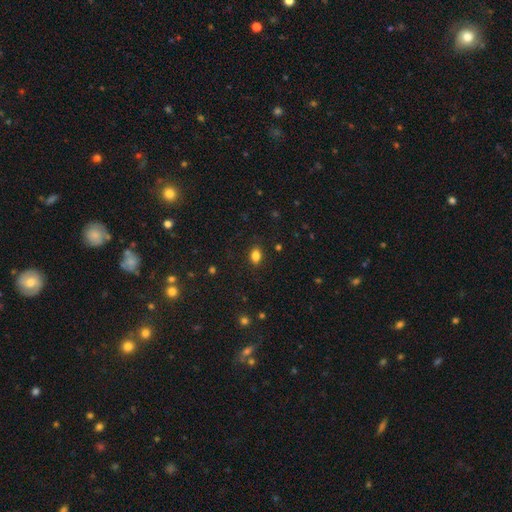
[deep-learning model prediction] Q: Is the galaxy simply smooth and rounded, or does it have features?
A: smooth — 84%.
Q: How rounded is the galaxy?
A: in between — 80%.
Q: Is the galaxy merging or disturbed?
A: none — 87%.